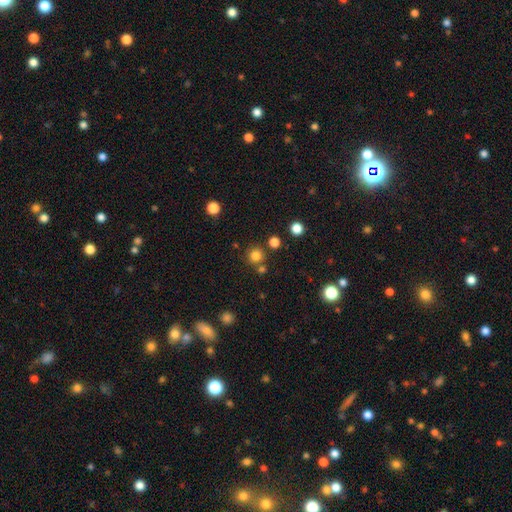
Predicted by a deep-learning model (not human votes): Smooth or featured? Predicted: smooth (p=0.79). How rounded? Predicted: round (p=0.94). Merging? Predicted: none (p=0.79).